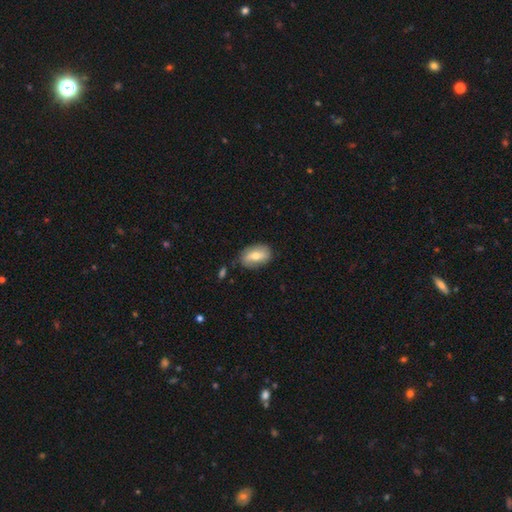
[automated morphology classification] smooth_or_featured: smooth (p=0.64) [alt: featured or disk p=0.30]
how_rounded: in between (p=0.88) [alt: round p=0.09]
merging: none (p=0.75) [alt: minor disturbance p=0.18]